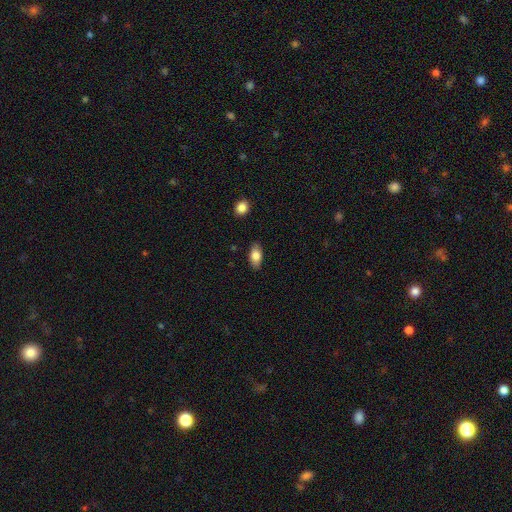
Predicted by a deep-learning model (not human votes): smooth-or-featured: smooth: 80% | featured or disk: 13% | star or artifact: 7%
  how-rounded: in between: 90% | cigar-shaped: 5% | round: 5%
  merging: none: 86% | minor disturbance: 11% | major disturbance: 2% | merger: 1%